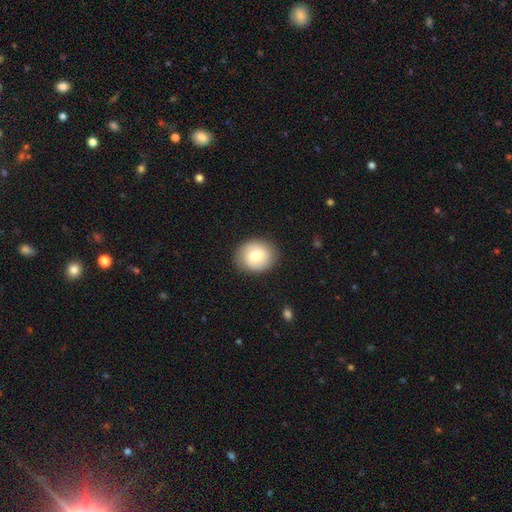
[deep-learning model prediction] Smooth or featured?
  - smooth: 65% *
  - featured or disk: 28%
  - star or artifact: 7%
How rounded?
  - round: 73% *
  - in between: 27%
  - cigar-shaped: 1%
Merging?
  - none: 86% *
  - minor disturbance: 10%
  - major disturbance: 3%
  - merger: 1%